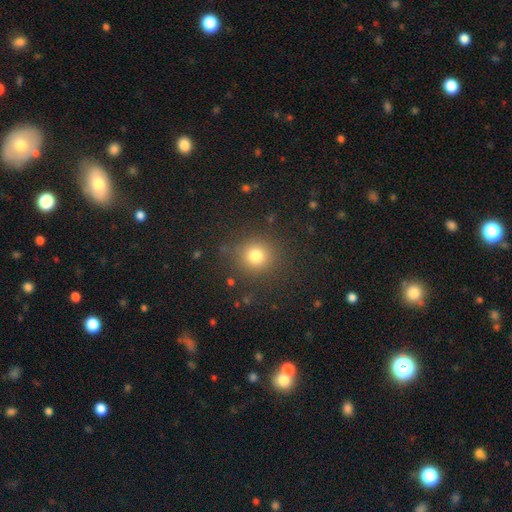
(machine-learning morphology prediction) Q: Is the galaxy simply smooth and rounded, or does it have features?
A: smooth — 77%.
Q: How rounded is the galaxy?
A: round — 91%.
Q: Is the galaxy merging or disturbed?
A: none — 86%.